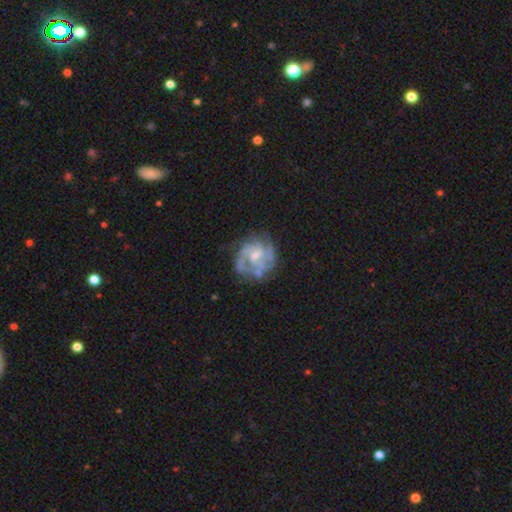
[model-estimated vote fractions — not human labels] Smooth or featured? featured or disk (81%)
Edge-on disk? no (98%)
Bar? no (46%)
Spiral arms? yes (84%)
Spiral winding? tight (46%)
Spiral arm count? can't tell (35%)
Bulge size? small (43%)
Merging? none (60%)